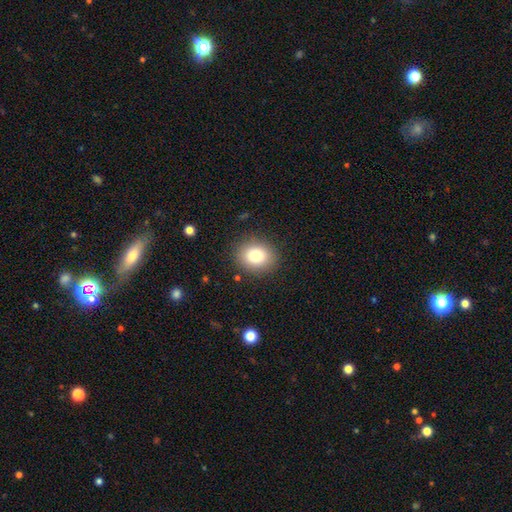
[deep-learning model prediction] smooth_or_featured: smooth (p=0.81) [alt: star or artifact p=0.10]
how_rounded: round (p=0.63) [alt: in between p=0.36]
merging: none (p=0.87) [alt: minor disturbance p=0.09]